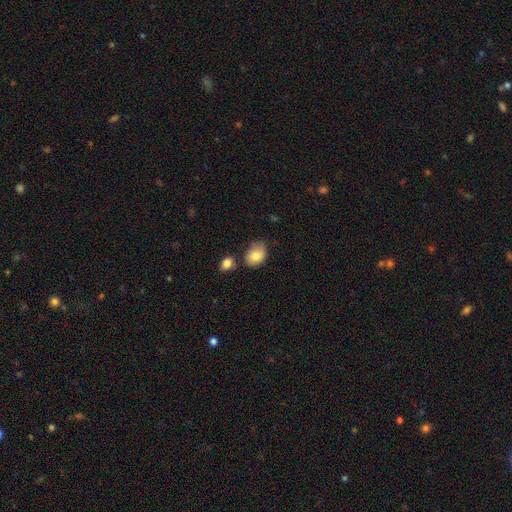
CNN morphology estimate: smooth_or_featured: smooth (p=0.81) [alt: featured or disk p=0.11]
how_rounded: in between (p=0.73) [alt: round p=0.26]
merging: none (p=0.61) [alt: minor disturbance p=0.24]